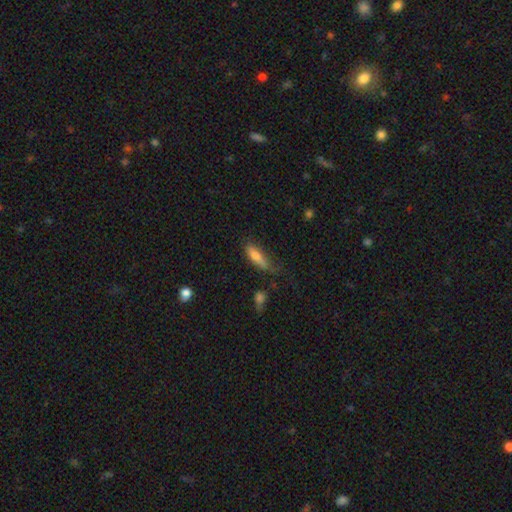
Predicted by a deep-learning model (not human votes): The model was most divided on "how rounded": cigar-shaped: 57%, in between: 40%, round: 2%. Remaining: smooth or featured — smooth (72%); merging — none (50%).